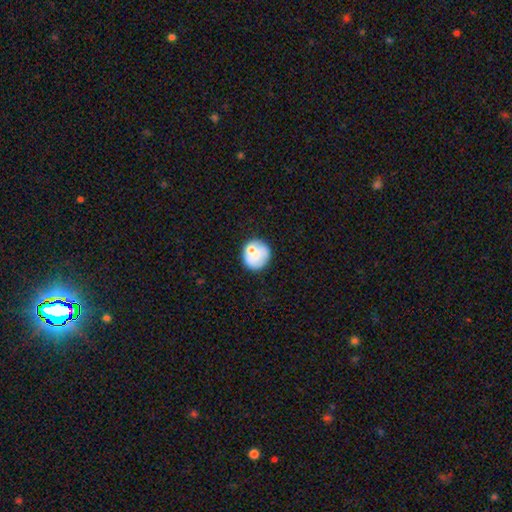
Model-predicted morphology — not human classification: A smooth galaxy with no disk features (66%) that is round (86%).

Vote fractions:
- Smooth or featured? smooth: 66% / featured or disk: 27% / star or artifact: 7%
- How rounded? round: 86% / in between: 13% / cigar-shaped: 1%
- Merging? none: 64% / minor disturbance: 18% / merger: 12% / major disturbance: 6%